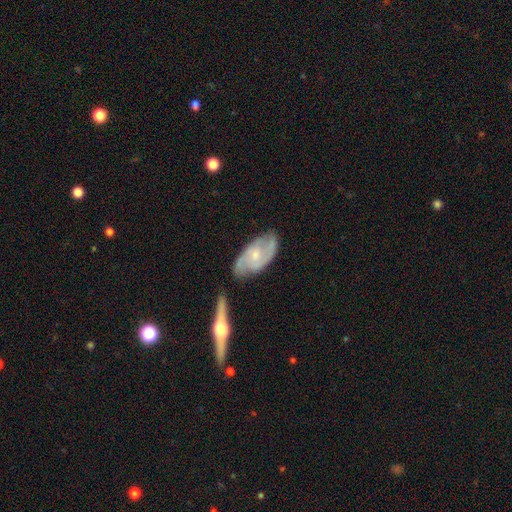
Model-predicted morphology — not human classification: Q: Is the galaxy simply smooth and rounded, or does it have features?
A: featured or disk — 75%.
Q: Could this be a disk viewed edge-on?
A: no — 92%.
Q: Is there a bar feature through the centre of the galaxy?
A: no — 56%.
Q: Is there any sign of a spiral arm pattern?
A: yes — 91%.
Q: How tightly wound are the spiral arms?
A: medium — 47%.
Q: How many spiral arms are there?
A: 2 — 77%.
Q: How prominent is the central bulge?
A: small — 60%.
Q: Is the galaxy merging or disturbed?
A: none — 65%.